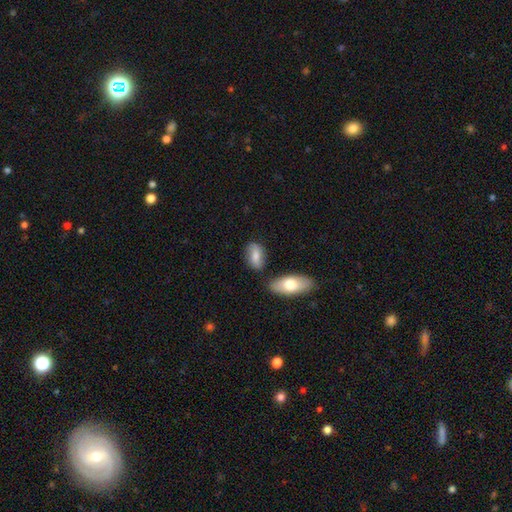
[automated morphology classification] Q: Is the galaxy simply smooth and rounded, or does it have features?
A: smooth — 73%.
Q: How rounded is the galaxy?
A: in between — 88%.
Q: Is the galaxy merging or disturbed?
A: none — 72%.